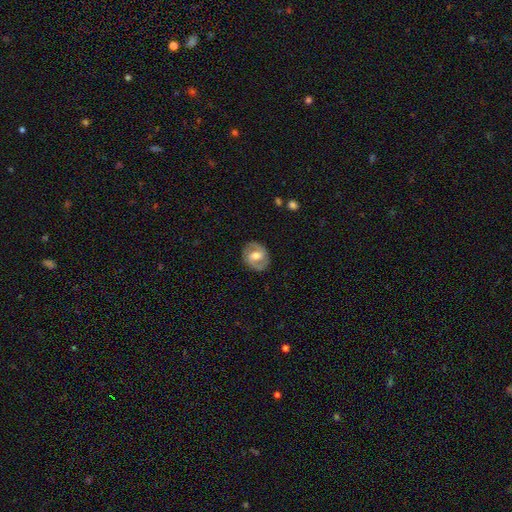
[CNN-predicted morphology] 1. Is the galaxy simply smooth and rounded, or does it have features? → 67% featured or disk, 27% smooth, 6% star or artifact.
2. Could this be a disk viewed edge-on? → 97% no, 3% yes.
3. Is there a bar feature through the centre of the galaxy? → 48% weak, 30% no, 22% strong.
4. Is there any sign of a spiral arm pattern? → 80% yes, 20% no.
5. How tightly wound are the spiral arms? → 49% medium, 33% tight, 18% loose.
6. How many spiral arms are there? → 87% 2, 7% can't tell, 2% 1, 1% 3, 1% 4, 1% more than 4.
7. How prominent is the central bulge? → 68% moderate, 17% large, 13% small, 2% none, 1% dominant.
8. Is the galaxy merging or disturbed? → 83% none, 11% minor disturbance, 4% major disturbance, 1% merger.